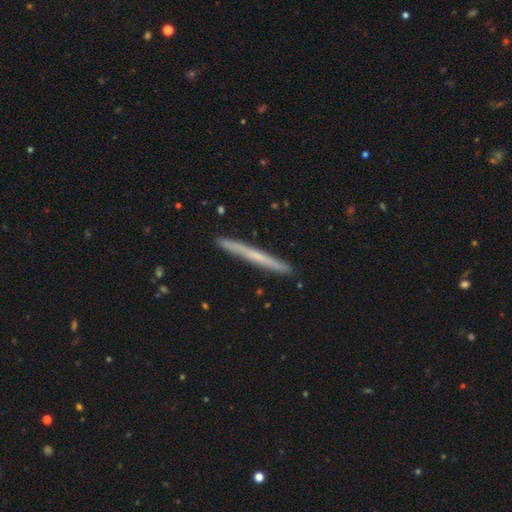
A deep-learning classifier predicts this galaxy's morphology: smooth-or-featured: smooth: 48% | featured or disk: 46% | star or artifact: 6%
  merging: none: 92% | minor disturbance: 6% | major disturbance: 1% | merger: 1%